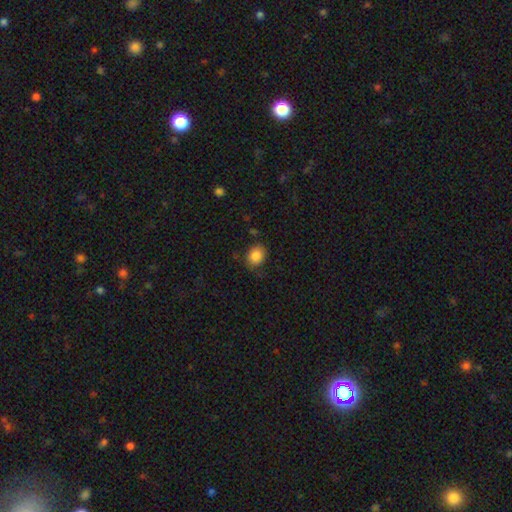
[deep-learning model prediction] Smooth or featured: smooth — 86% (star or artifact — 9%)
How rounded: in between — 53% (round — 46%)
Merging: none — 76% (minor disturbance — 18%)